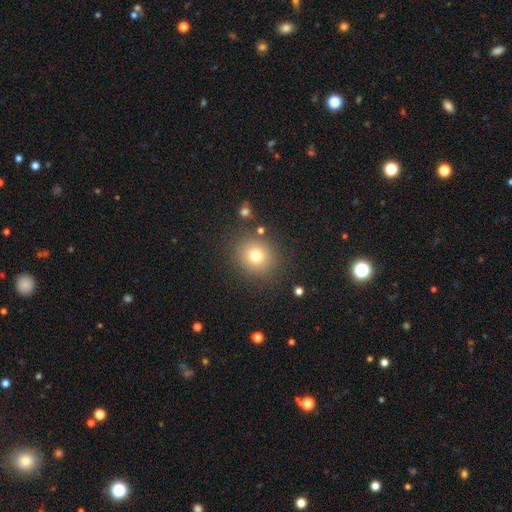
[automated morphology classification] Smooth or featured? Predicted: smooth (p=0.75). How rounded? Predicted: round (p=0.87). Merging? Predicted: none (p=0.86).